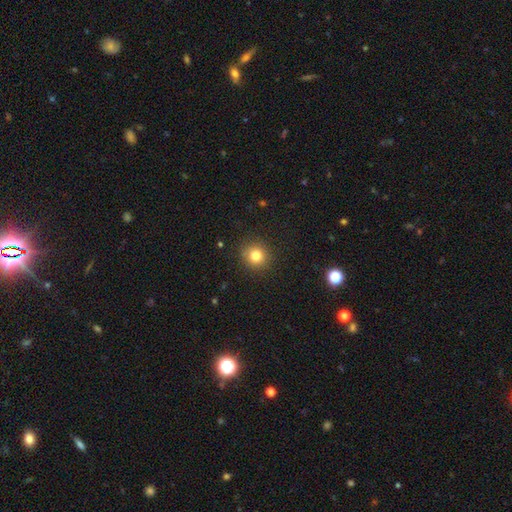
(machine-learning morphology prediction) A smooth galaxy with no disk features (81%) that is round (90%). Merging: none (90%).